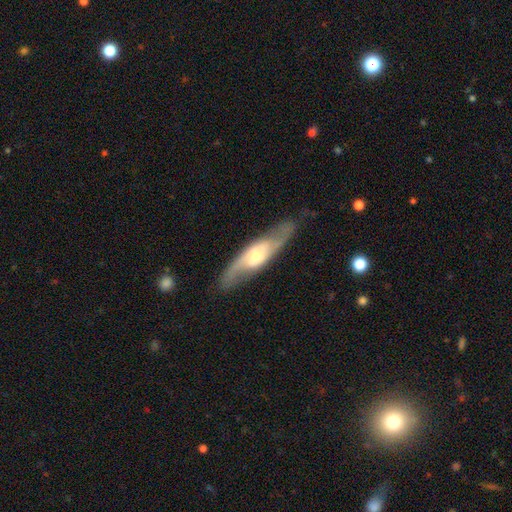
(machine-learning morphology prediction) A featured or disk galaxy (71%). Merging: none (82%).